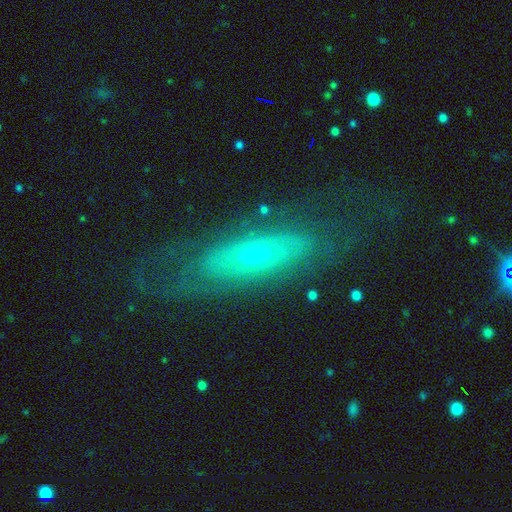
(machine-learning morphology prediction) This appears to be a featured or disk galaxy (67%). Merging: none (71%).